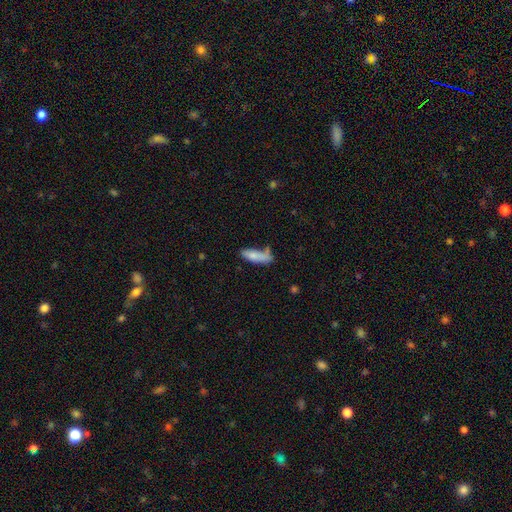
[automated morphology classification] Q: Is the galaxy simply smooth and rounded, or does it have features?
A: smooth — 78%.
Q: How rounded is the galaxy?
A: in between — 55%.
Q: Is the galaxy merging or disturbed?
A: none — 44%.